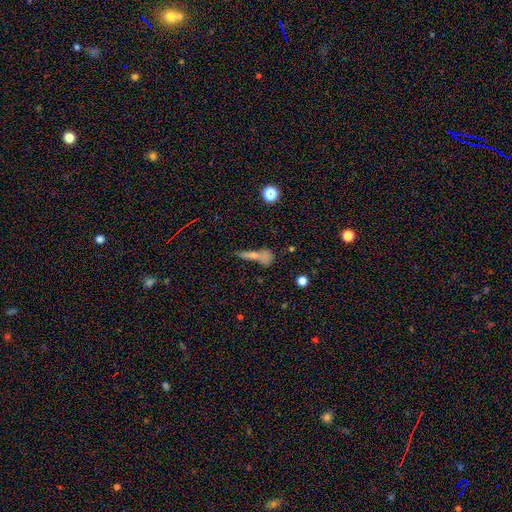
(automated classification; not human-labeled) smooth 53%, featured or disk 28%, star or artifact 20%. Down the decision tree: how rounded — cigar-shaped (62%); merging — none (44%).